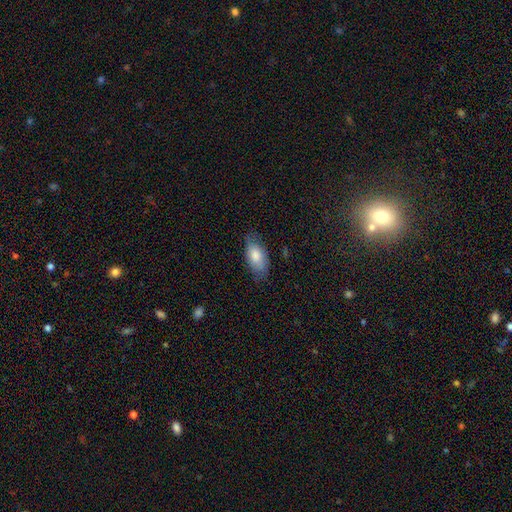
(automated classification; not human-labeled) Smooth or featured: smooth — 78% (featured or disk — 16%)
How rounded: in between — 91% (cigar-shaped — 6%)
Merging: none — 71% (minor disturbance — 22%)